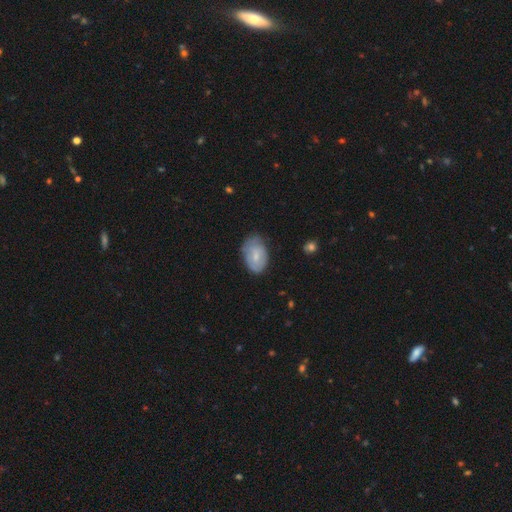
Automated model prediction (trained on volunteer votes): This appears to be a smooth galaxy with no disk features (60%) that is in between round and cigar-shaped (89%). Merging: none (60%).